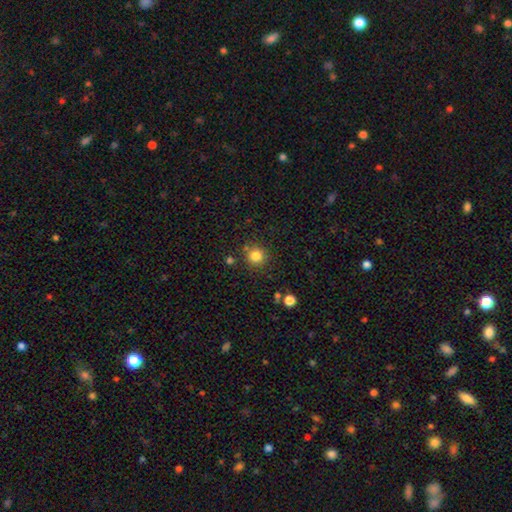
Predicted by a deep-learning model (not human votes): A smooth galaxy with no disk features (83%) that is round (93%).

Vote fractions:
- Smooth or featured? smooth: 83% / star or artifact: 12% / featured or disk: 6%
- How rounded? round: 93% / in between: 6% / cigar-shaped: 1%
- Merging? none: 83% / minor disturbance: 9% / merger: 5% / major disturbance: 3%